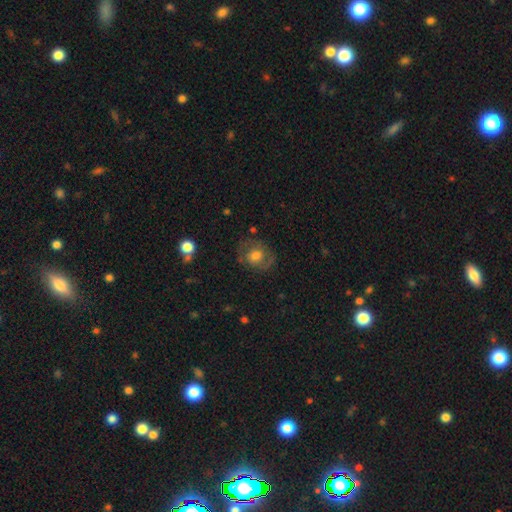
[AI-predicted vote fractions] Smooth or featured: featured or disk — 45% (tied with smooth — 45%)
Merging: none — 69% (minor disturbance — 18%)